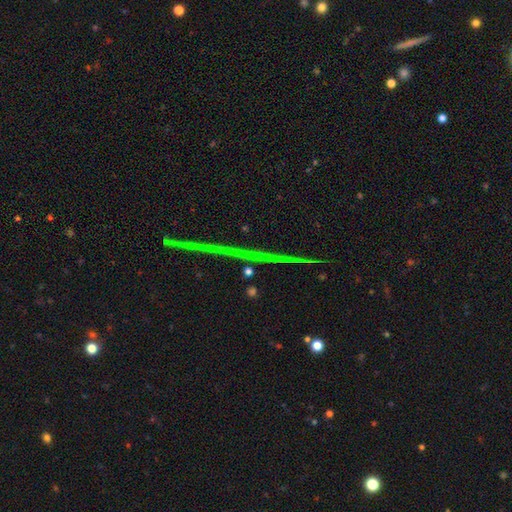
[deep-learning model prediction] smooth_or_featured: star or artifact (p=0.70) [alt: featured or disk p=0.20]